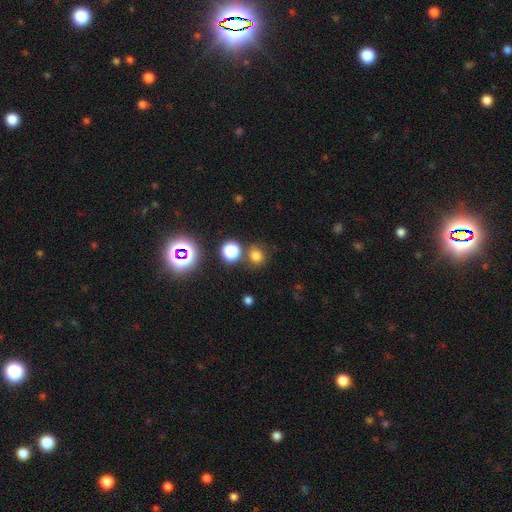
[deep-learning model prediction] Morphology: type=smooth (71%); roundness=round (82%); merging=none (75%).